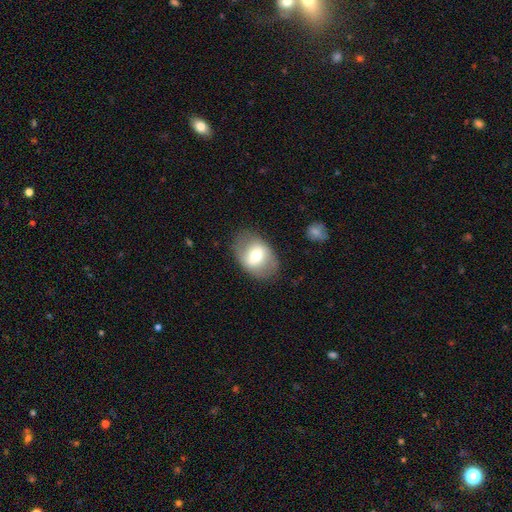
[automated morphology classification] Smooth or featured? smooth (55%)
How rounded? in between (75%)
Merging? none (78%)